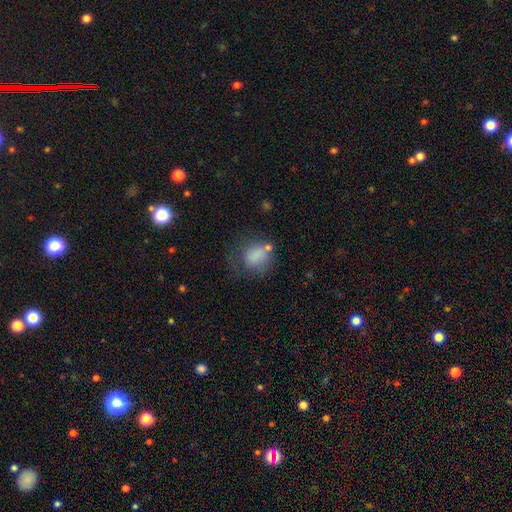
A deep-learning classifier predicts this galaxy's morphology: smooth-or-featured: smooth: 76% | featured or disk: 14% | star or artifact: 10%
  how-rounded: round: 61% | in between: 38% | cigar-shaped: 1%
  merging: none: 43% | minor disturbance: 25% | major disturbance: 22% | merger: 9%